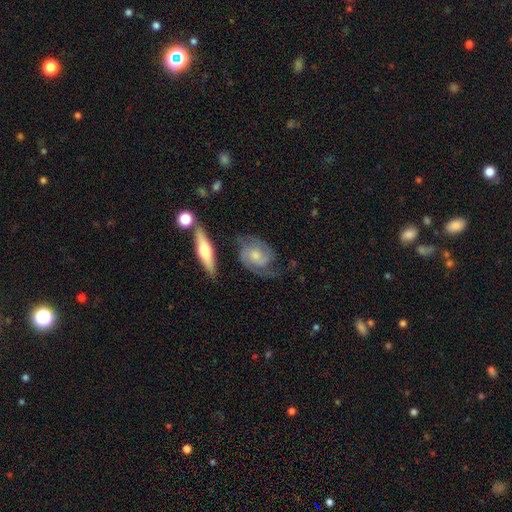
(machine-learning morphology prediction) smooth_or_featured: featured or disk (p=0.78) [alt: smooth p=0.17]
disk_edge_on: no (p=0.94) [alt: yes p=0.06]
bar: no (p=0.70) [alt: weak p=0.25]
has_spiral_arms: yes (p=0.94) [alt: no p=0.06]
spiral_winding: medium (p=0.44) [alt: tight p=0.41]
spiral_arm_count: 2 (p=0.79) [alt: can't tell p=0.10]
bulge_size: small (p=0.44) [alt: moderate p=0.42]
merging: none (p=0.61) [alt: minor disturbance p=0.21]